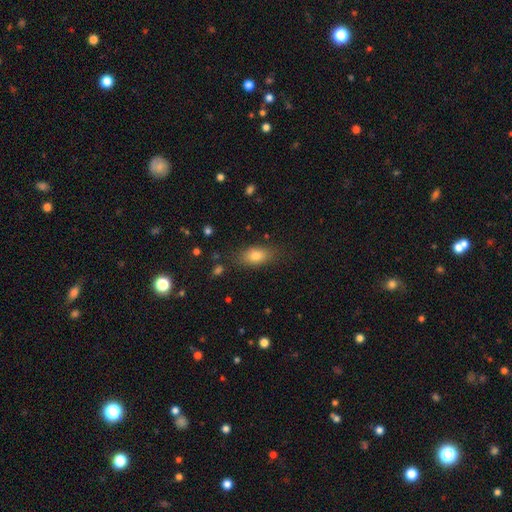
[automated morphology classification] smooth-or-featured: smooth: 79% | star or artifact: 11% | featured or disk: 10%
  how-rounded: in between: 82% | round: 10% | cigar-shaped: 8%
  merging: none: 80% | minor disturbance: 13% | major disturbance: 4% | merger: 2%